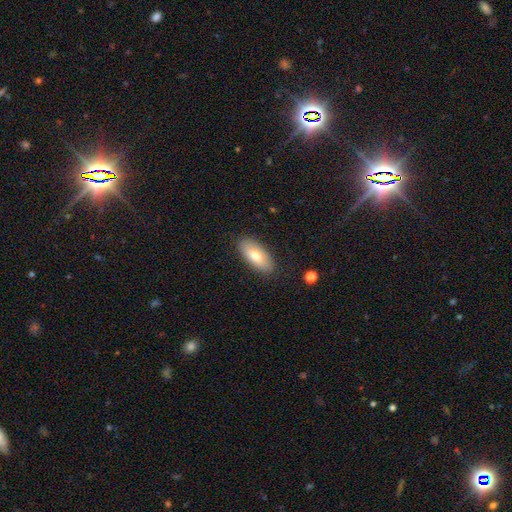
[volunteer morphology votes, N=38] This is likely a smooth galaxy (74%). How rounded: clearly in between (82%). Merging: clearly none (92%).